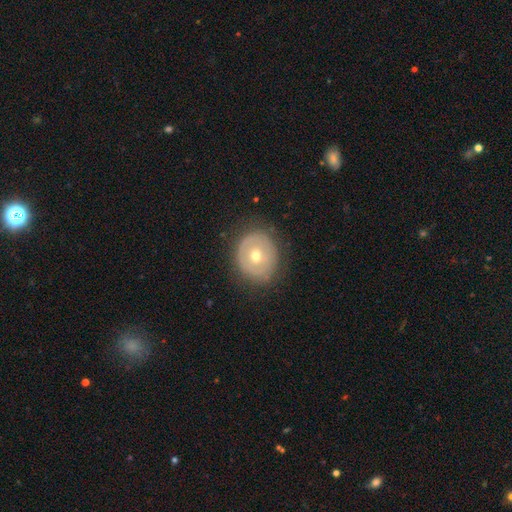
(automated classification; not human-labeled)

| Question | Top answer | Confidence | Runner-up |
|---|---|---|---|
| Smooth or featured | featured or disk | 47% | smooth (46%) |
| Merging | none | 78% | minor disturbance (15%) |